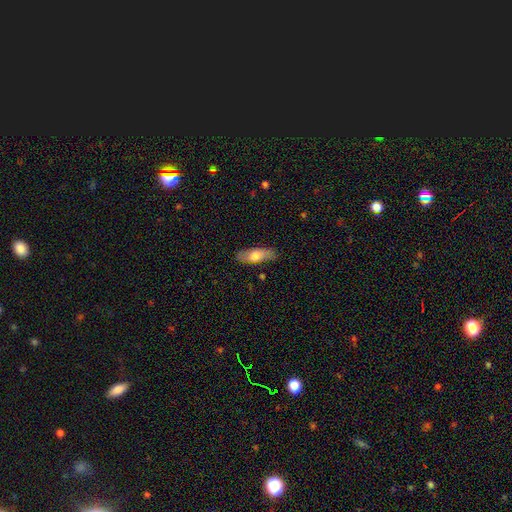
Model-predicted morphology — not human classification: Smooth or featured?
  - smooth: 65% *
  - featured or disk: 29%
  - star or artifact: 6%
How rounded?
  - in between: 66% *
  - cigar-shaped: 31%
  - round: 3%
Merging?
  - none: 83% *
  - minor disturbance: 13%
  - major disturbance: 3%
  - merger: 1%